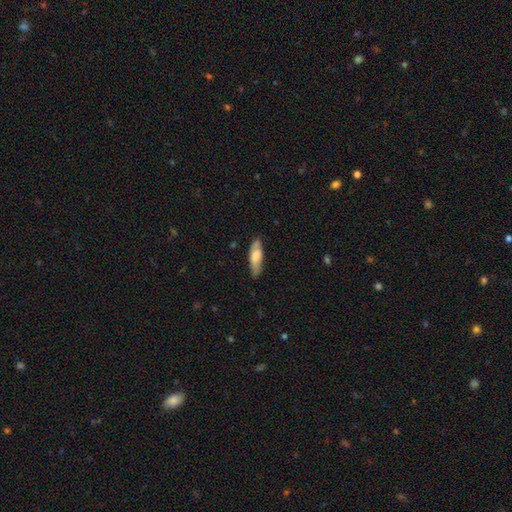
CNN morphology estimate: Overall: smooth (66%; featured or disk 28%). How rounded: cigar-shaped (50%; in between 48%). Merging: none (77%).